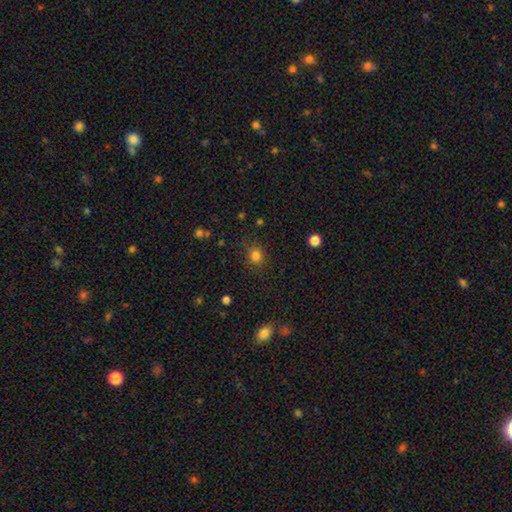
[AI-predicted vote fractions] Smooth or featured: smooth — 81% (star or artifact — 14%)
How rounded: round — 76% (in between — 23%)
Merging: none — 84% (minor disturbance — 11%)